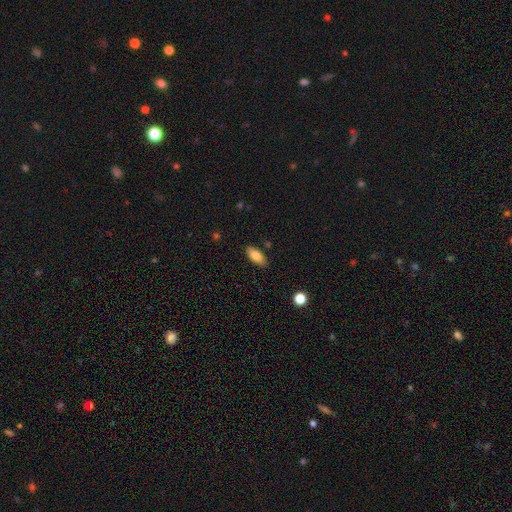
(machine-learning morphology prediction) Smooth or featured?
  - smooth: 78% *
  - featured or disk: 15%
  - star or artifact: 7%
How rounded?
  - in between: 86% *
  - cigar-shaped: 11%
  - round: 3%
Merging?
  - none: 86% *
  - minor disturbance: 10%
  - major disturbance: 2%
  - merger: 2%